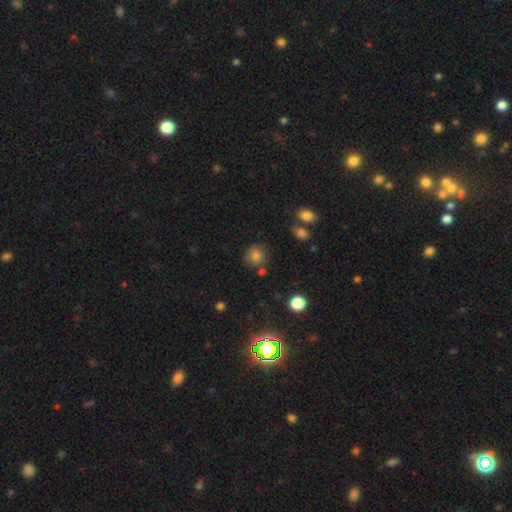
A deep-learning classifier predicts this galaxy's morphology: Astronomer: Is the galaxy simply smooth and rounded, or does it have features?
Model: smooth — 78%.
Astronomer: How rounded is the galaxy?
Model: round — 80%.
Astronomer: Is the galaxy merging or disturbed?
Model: none — 73%.